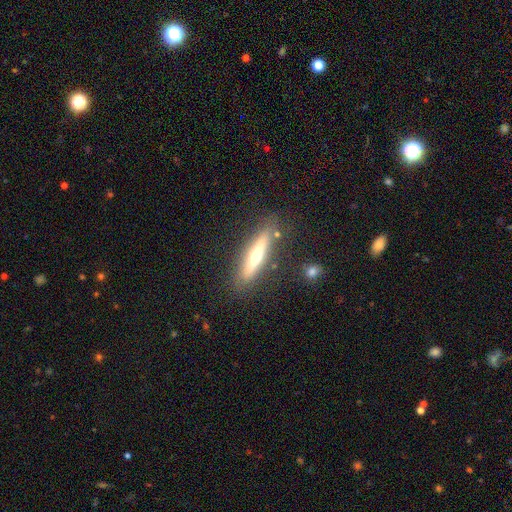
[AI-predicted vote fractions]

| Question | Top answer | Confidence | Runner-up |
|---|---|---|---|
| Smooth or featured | featured or disk | 56% | smooth (37%) |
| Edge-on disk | yes | 89% | no (11%) |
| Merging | none | 82% | minor disturbance (11%) |